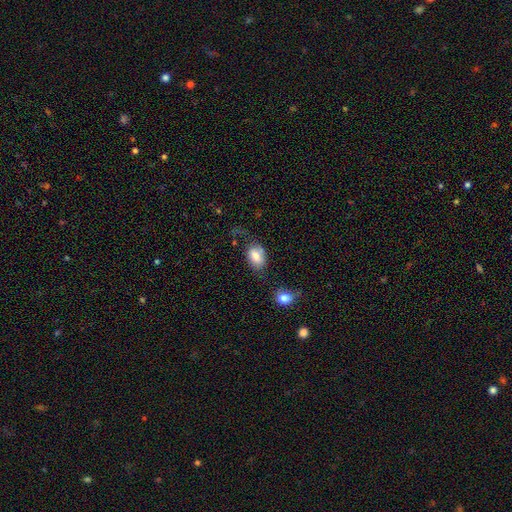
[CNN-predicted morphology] This appears to be a smooth galaxy with no disk features (75%) that is in between round and cigar-shaped (85%). Merging: none (47%).